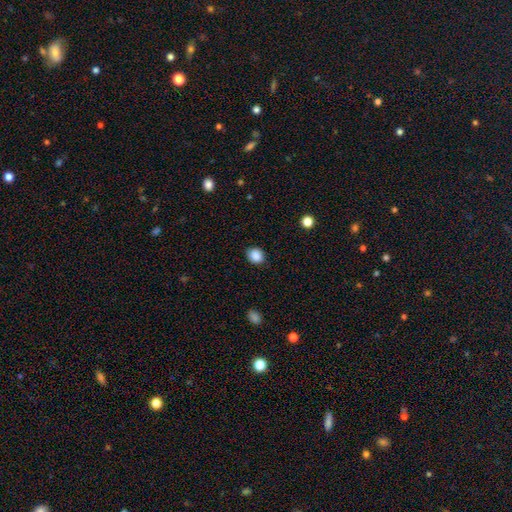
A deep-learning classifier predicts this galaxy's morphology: Smooth or featured?
  - smooth: 87% *
  - star or artifact: 9%
  - featured or disk: 4%
How rounded?
  - round: 63% *
  - in between: 36%
  - cigar-shaped: 1%
Merging?
  - none: 85% *
  - minor disturbance: 11%
  - major disturbance: 3%
  - merger: 1%